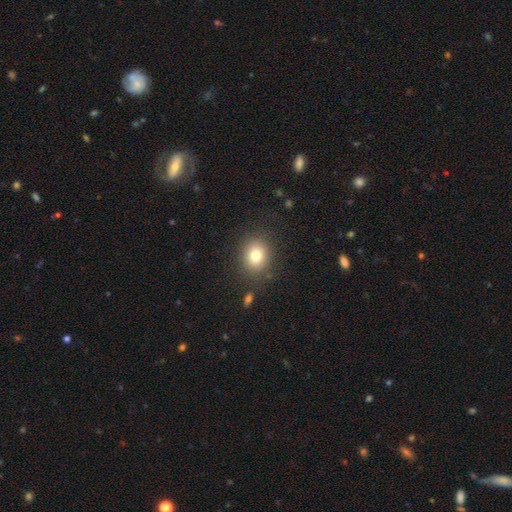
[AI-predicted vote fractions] This appears to be a smooth galaxy with no disk features (79%) that is round (62%). Merging: none (84%).